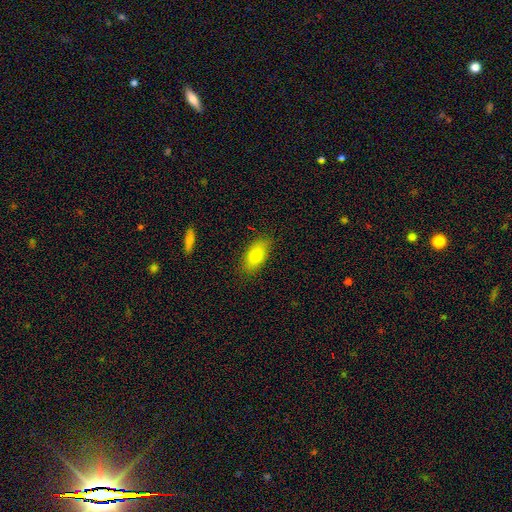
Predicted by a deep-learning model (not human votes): smooth 77%, featured or disk 15%, star or artifact 8%. Down the decision tree: how rounded — in between (87%); merging — none (85%).